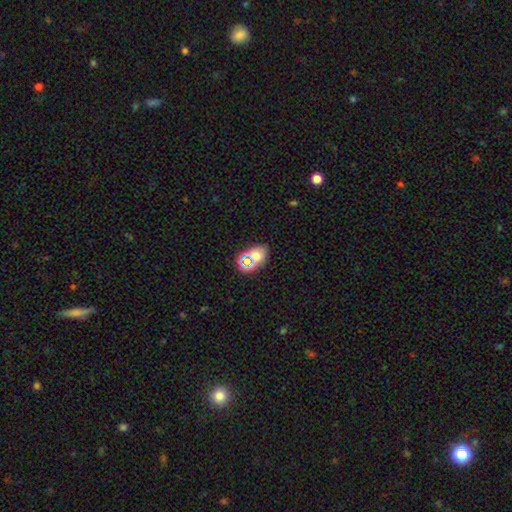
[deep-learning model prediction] smooth_or_featured: smooth (p=0.62) [alt: star or artifact p=0.26]
how_rounded: in between (p=0.66) [alt: round p=0.33]
merging: none (p=0.77) [alt: minor disturbance p=0.12]